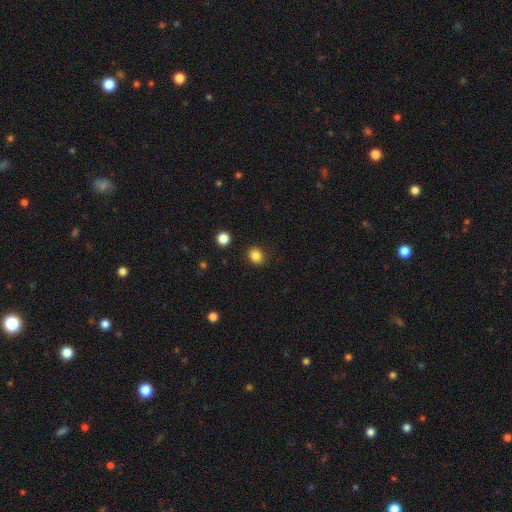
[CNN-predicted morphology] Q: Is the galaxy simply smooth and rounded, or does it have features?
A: smooth — 85%.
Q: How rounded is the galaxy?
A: round — 73%.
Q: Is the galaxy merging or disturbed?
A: none — 89%.